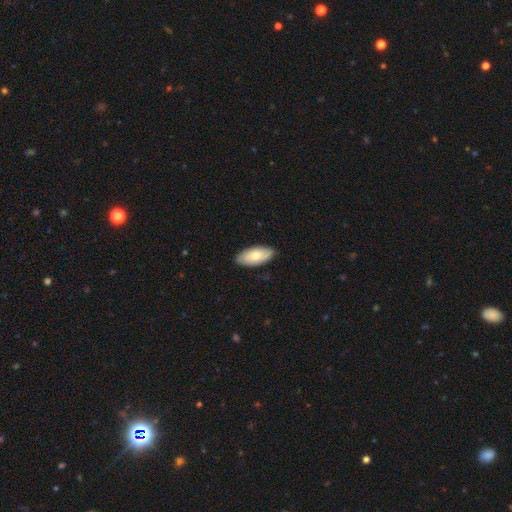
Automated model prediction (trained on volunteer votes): Q: Smooth or featured?
A: smooth (74%); runner-up: featured or disk (21%)
Q: How rounded?
A: in between (92%); runner-up: cigar-shaped (6%)
Q: Merging?
A: none (87%); runner-up: minor disturbance (11%)